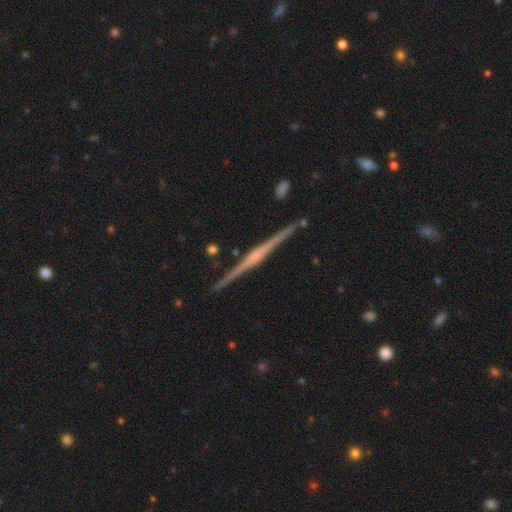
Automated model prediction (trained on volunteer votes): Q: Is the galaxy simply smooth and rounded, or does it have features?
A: featured or disk — 83%.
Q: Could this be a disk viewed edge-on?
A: yes — 99%.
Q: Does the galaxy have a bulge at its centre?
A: rounded — 53%.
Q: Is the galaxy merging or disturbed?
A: none — 91%.